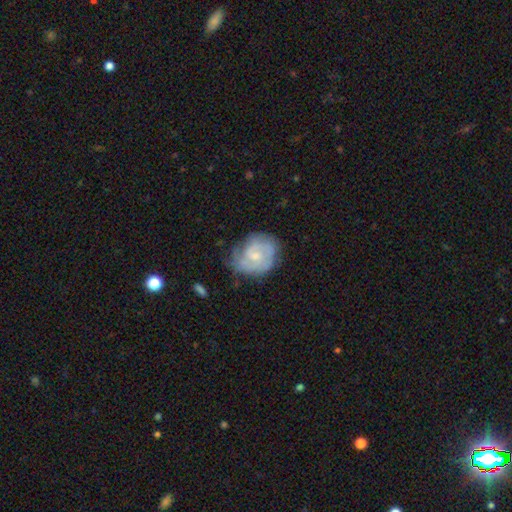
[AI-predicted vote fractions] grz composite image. It shows a featured or disk galaxy (74%) with no bar (63%), 2 (46%) tight (56%) spiral arms (90%) and a small central bulge (60%). Merging: none (63%).